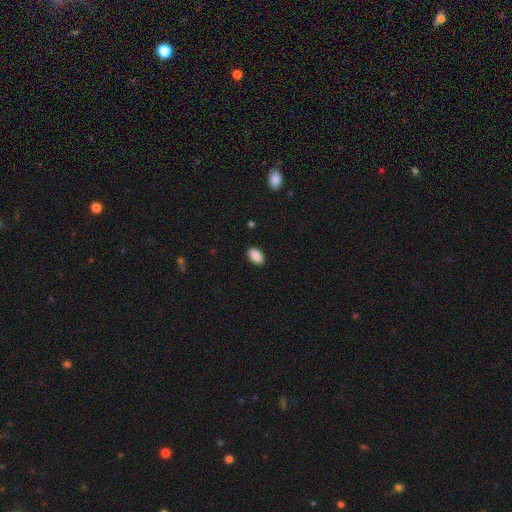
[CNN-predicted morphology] A smooth galaxy with no disk features (90%) that is in between round and cigar-shaped (93%). Merging: none (89%).